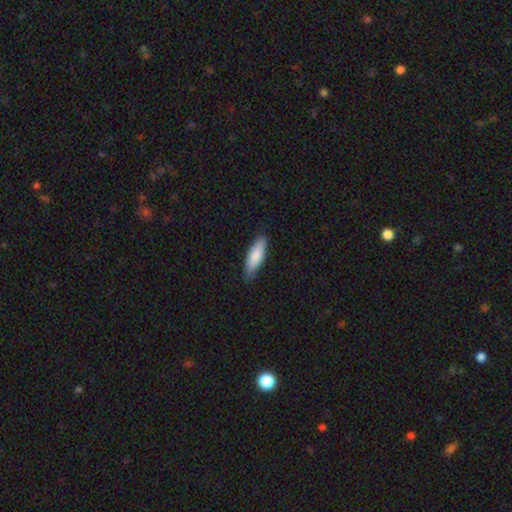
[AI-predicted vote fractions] smooth_or_featured: smooth (p=0.85) [alt: featured or disk p=0.10]
how_rounded: in between (p=0.51) [alt: cigar-shaped p=0.47]
merging: none (p=0.84) [alt: minor disturbance p=0.13]